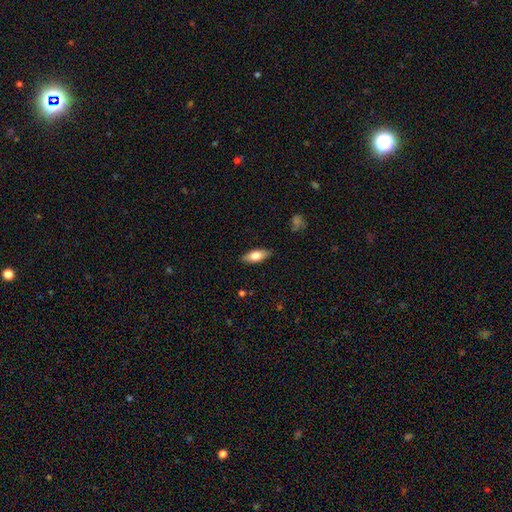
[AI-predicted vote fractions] This is likely a smooth galaxy (73%). How rounded: likely in between (79%). Merging: clearly none (87%).